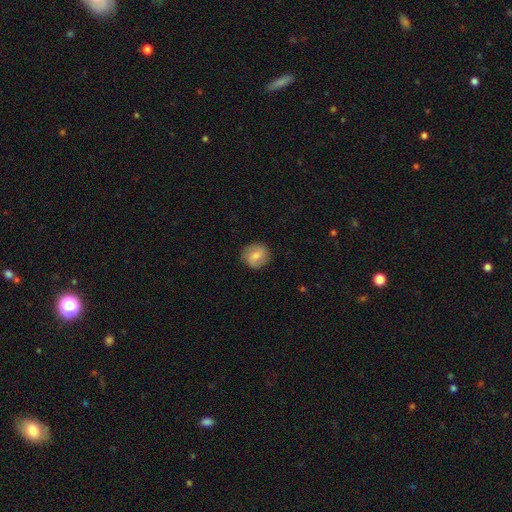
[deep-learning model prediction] Smooth or featured? smooth (66%)
How rounded? round (83%)
Merging? none (87%)